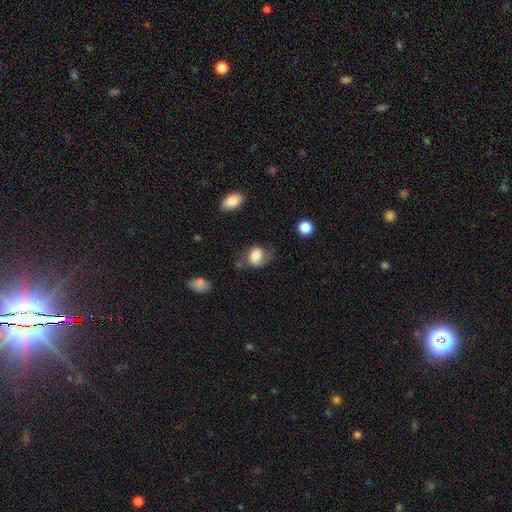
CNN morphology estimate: A smooth galaxy with no disk features (73%) that is in between round and cigar-shaped (59%).

Vote fractions:
- Smooth or featured? smooth: 73% / featured or disk: 19% / star or artifact: 8%
- How rounded? in between: 59% / round: 40% / cigar-shaped: 1%
- Merging? none: 48% / minor disturbance: 30% / major disturbance: 17% / merger: 4%